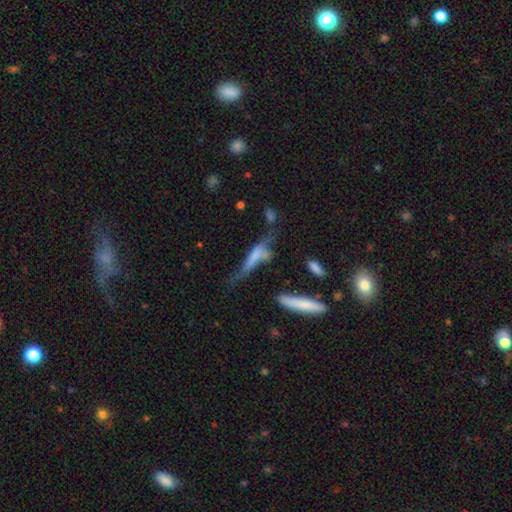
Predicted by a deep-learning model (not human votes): Smooth or featured? Predicted: smooth (p=0.48). Merging? Predicted: none (p=0.30).